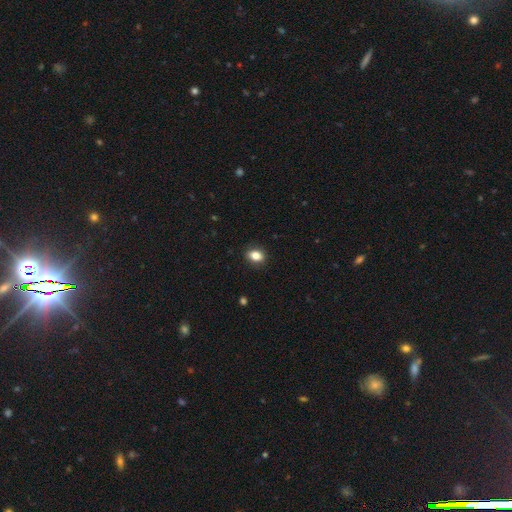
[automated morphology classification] A smooth galaxy with no disk features (84%) that is in between round and cigar-shaped (70%). Merging: none (88%).